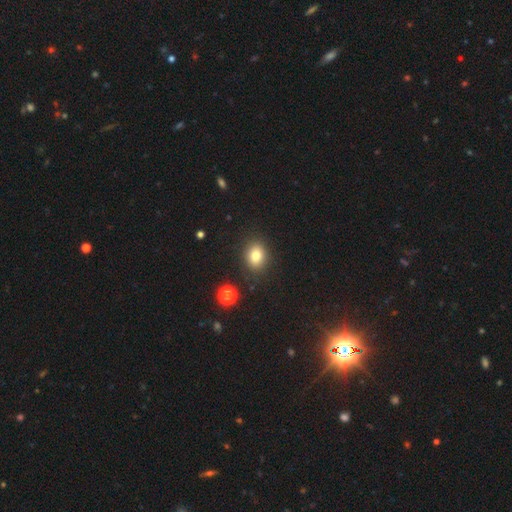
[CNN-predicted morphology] Smooth or featured?
  - smooth: 80% *
  - star or artifact: 12%
  - featured or disk: 8%
How rounded?
  - round: 50% *
  - in between: 49%
  - cigar-shaped: 1%
Merging?
  - none: 86% *
  - minor disturbance: 9%
  - major disturbance: 3%
  - merger: 3%